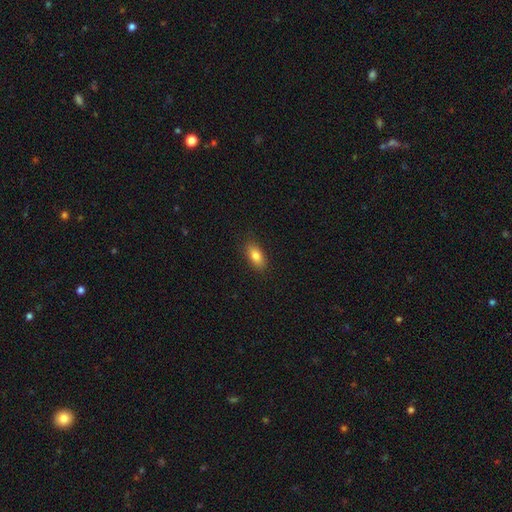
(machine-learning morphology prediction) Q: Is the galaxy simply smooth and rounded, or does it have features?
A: smooth — 82%.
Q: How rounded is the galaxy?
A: in between — 87%.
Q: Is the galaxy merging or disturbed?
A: none — 86%.